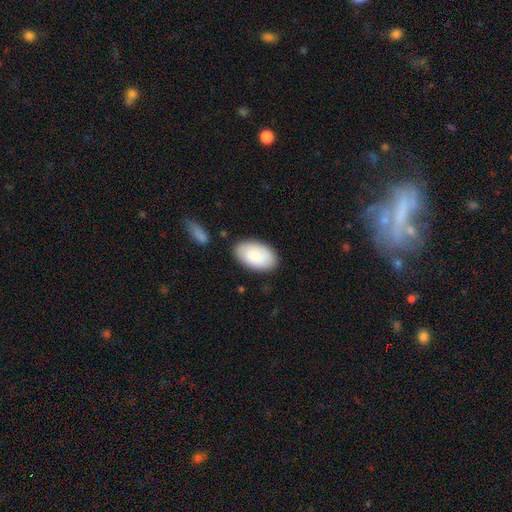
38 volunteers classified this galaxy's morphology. Smooth or featured? 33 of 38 (87%) said smooth. How rounded? 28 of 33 (85%) said in between. Merging? 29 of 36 (81%) said none.